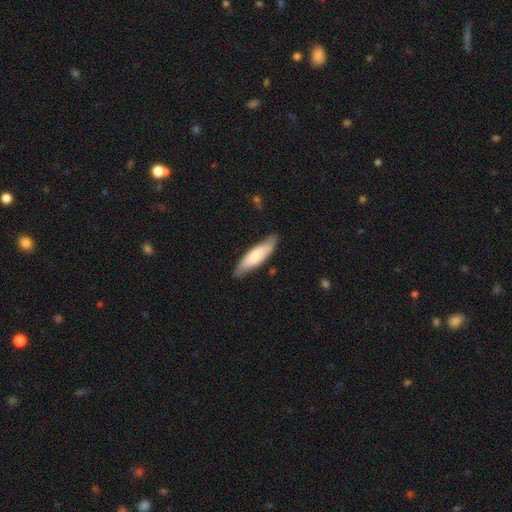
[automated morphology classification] This appears to be a smooth galaxy with no disk features (69%) that is cigar-shaped (59%). Merging: none (80%).